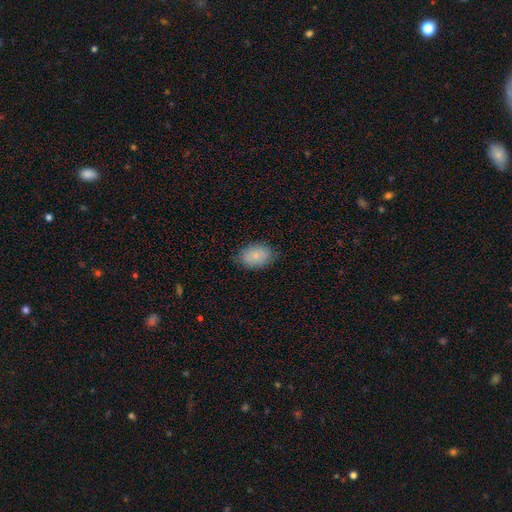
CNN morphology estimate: Q: Smooth or featured?
A: smooth (84%); runner-up: featured or disk (9%)
Q: How rounded?
A: in between (86%); runner-up: round (13%)
Q: Merging?
A: none (78%); runner-up: minor disturbance (17%)